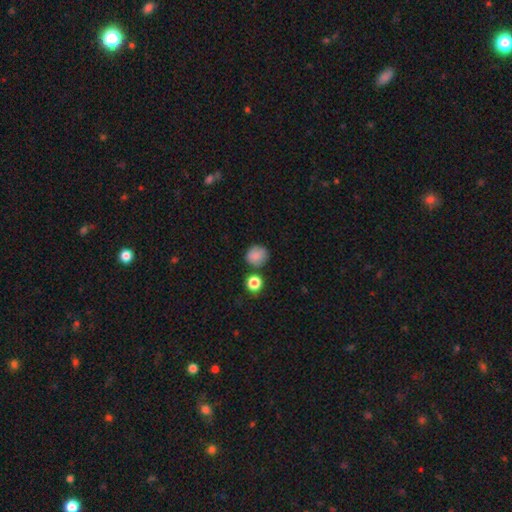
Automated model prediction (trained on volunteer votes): Q: Smooth or featured?
A: smooth (84%); runner-up: star or artifact (10%)
Q: How rounded?
A: round (83%); runner-up: in between (16%)
Q: Merging?
A: none (74%); runner-up: minor disturbance (13%)